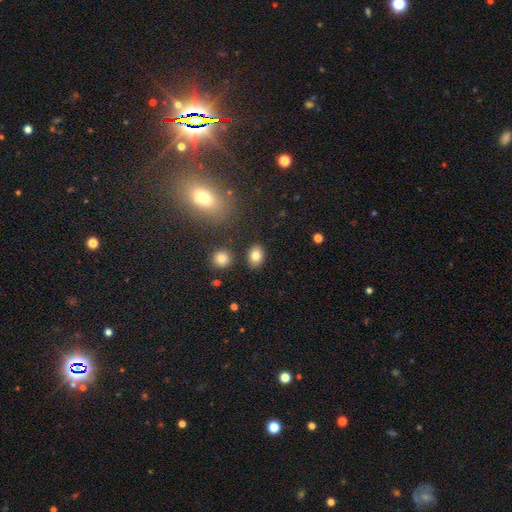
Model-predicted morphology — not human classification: smooth 81%, star or artifact 10%, featured or disk 9%. Down the decision tree: how rounded — in between (65%); merging — none (85%).